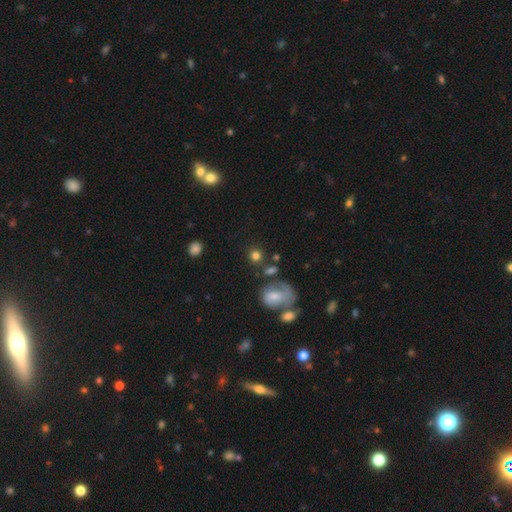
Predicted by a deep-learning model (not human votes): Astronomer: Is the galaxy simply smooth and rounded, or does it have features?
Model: smooth — 77%.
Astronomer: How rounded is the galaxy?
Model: round — 84%.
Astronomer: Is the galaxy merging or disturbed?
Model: none — 71%.